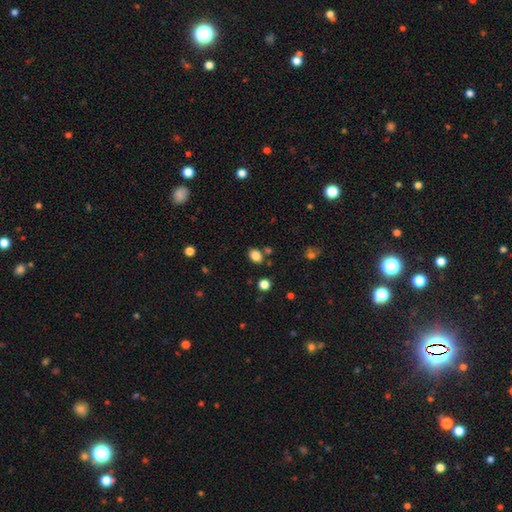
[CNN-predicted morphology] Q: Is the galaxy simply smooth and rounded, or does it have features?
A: smooth — 84%.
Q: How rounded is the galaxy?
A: in between — 63%.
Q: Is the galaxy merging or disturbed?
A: none — 78%.